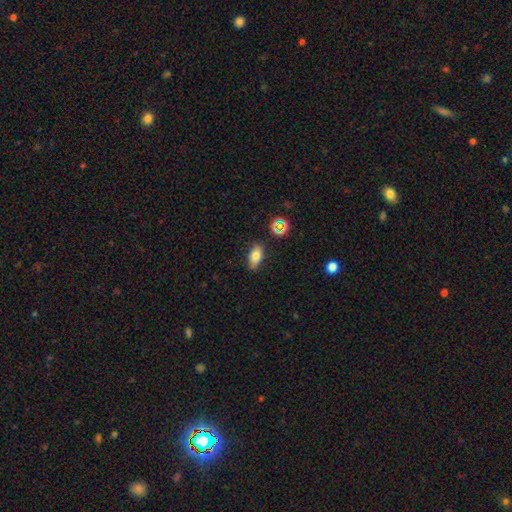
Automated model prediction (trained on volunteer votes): Q: Smooth or featured?
A: smooth (74%); runner-up: featured or disk (14%)
Q: How rounded?
A: in between (84%); runner-up: cigar-shaped (9%)
Q: Merging?
A: none (84%); runner-up: minor disturbance (12%)